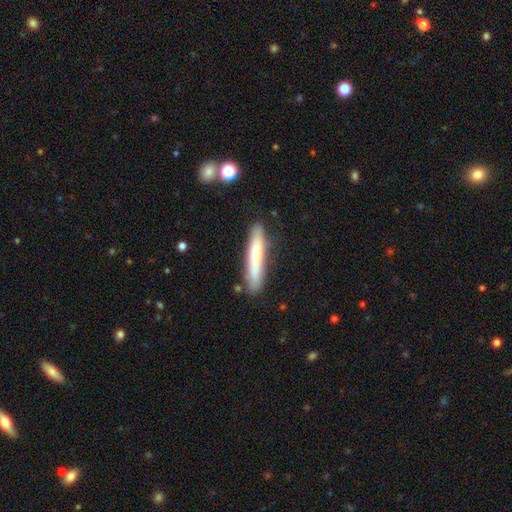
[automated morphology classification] This is likely a smooth galaxy (71%). How rounded: clearly cigar-shaped (92%). Merging: clearly none (81%).